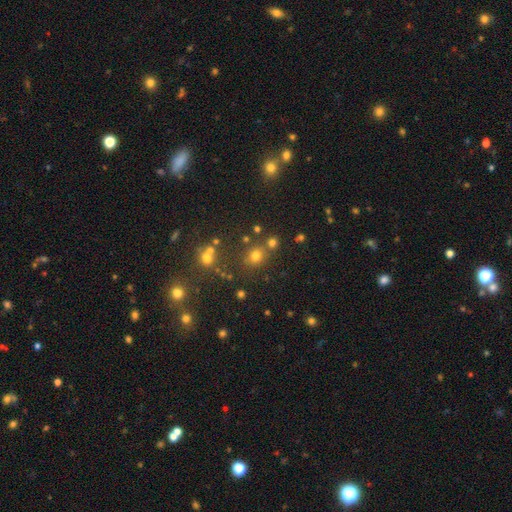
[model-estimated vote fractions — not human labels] Smooth or featured? Predicted: smooth (p=0.68). How rounded? Predicted: round (p=0.73). Merging? Predicted: none (p=0.70).